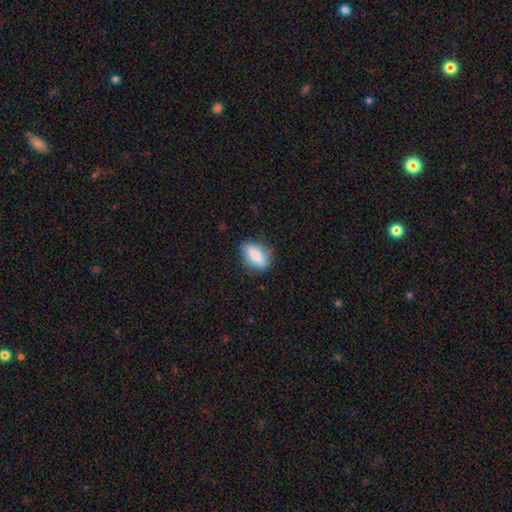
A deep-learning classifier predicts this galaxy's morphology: Smooth or featured? Predicted: smooth (p=0.75). How rounded? Predicted: in between (p=0.76). Merging? Predicted: none (p=0.77).